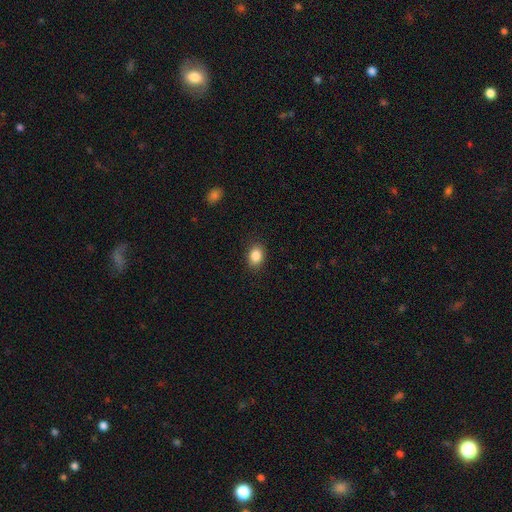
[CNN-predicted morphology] Q: Smooth or featured?
A: smooth (87%); runner-up: star or artifact (9%)
Q: How rounded?
A: in between (67%); runner-up: round (32%)
Q: Merging?
A: none (88%); runner-up: minor disturbance (9%)